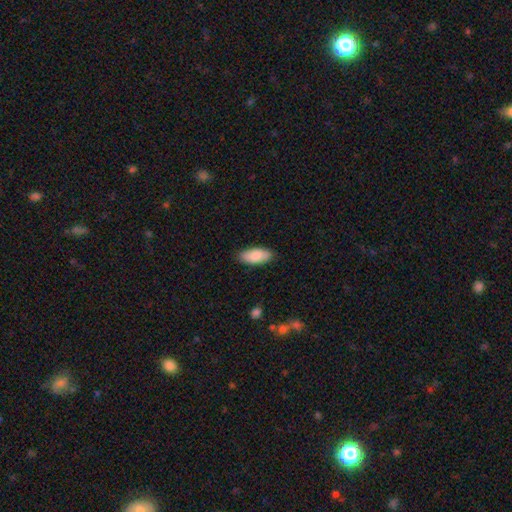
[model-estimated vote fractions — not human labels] This is clearly a smooth galaxy (86%). How rounded: clearly in between (88%). Merging: clearly none (86%).